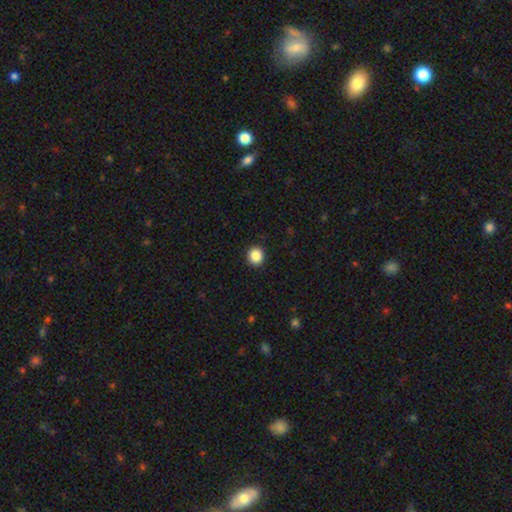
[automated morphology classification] Smooth or featured? smooth (87%)
How rounded? round (88%)
Merging? none (92%)